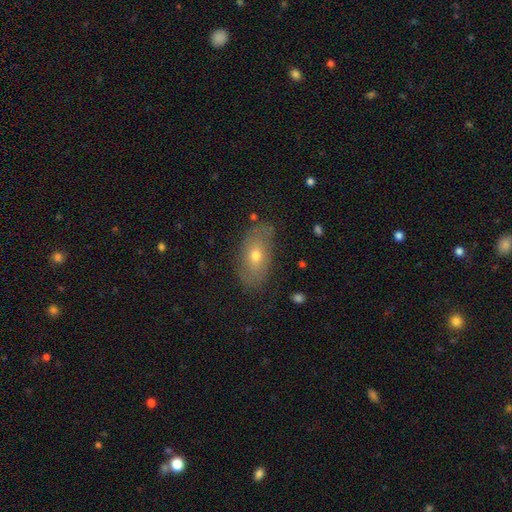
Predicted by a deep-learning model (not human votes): Smooth or featured? Predicted: smooth (p=0.59). How rounded? Predicted: in between (p=0.88). Merging? Predicted: none (p=0.77).